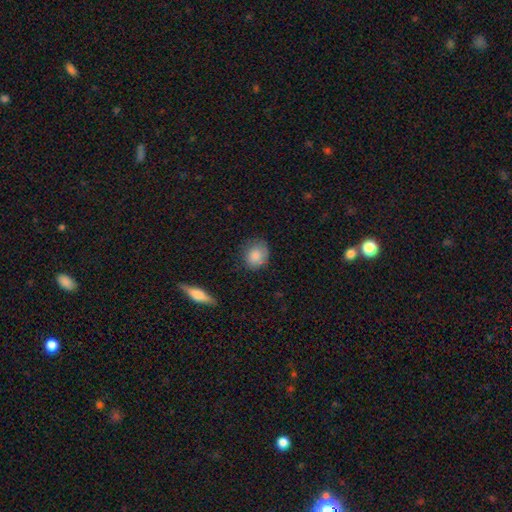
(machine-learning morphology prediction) smooth_or_featured: smooth (p=0.85) [alt: star or artifact p=0.08]
how_rounded: round (p=0.69) [alt: in between p=0.30]
merging: none (p=0.72) [alt: minor disturbance p=0.21]